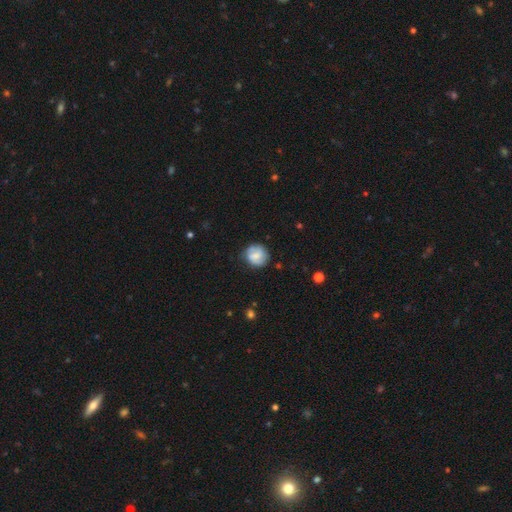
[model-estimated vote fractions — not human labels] smooth-or-featured: smooth: 50% | featured or disk: 43% | star or artifact: 8%
  merging: none: 73% | minor disturbance: 19% | major disturbance: 6% | merger: 2%